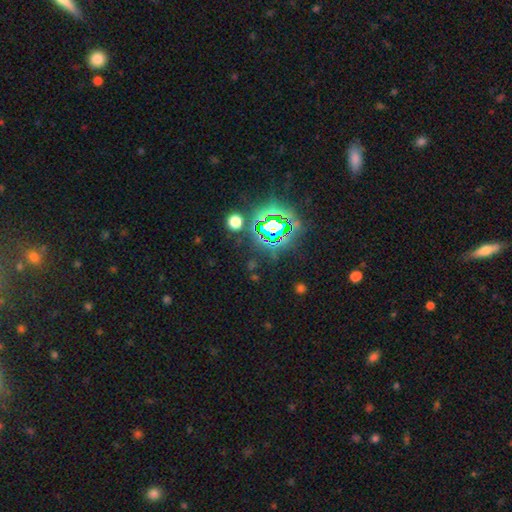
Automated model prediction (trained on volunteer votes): A star or artifact, not a galaxy (80%).

Vote fractions:
- Smooth or featured? star or artifact: 80% / smooth: 11% / featured or disk: 8%